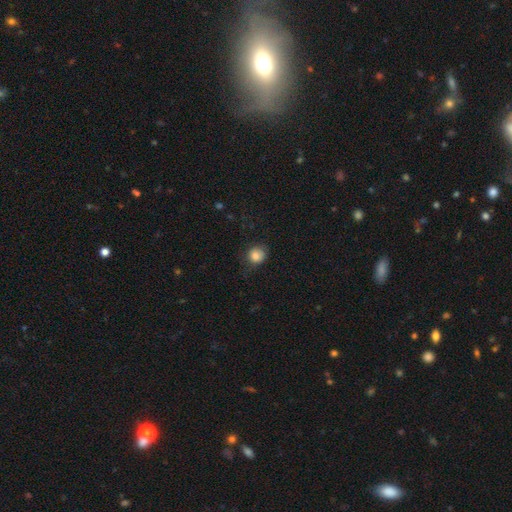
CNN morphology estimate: A smooth galaxy with no disk features (83%) that is round (82%). Merging: none (72%).